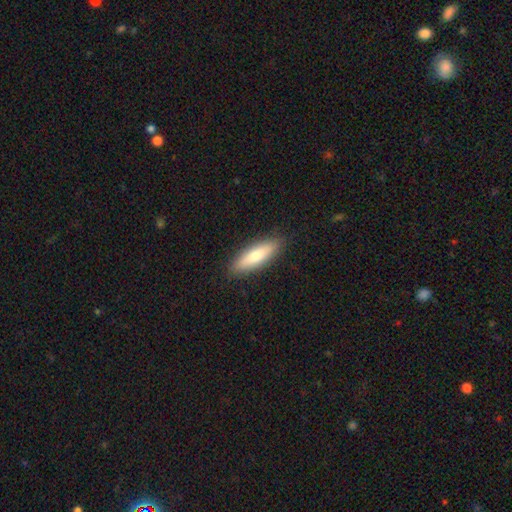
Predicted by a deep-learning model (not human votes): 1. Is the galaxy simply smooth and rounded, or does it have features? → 74% smooth, 21% featured or disk, 6% star or artifact.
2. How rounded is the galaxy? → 54% cigar-shaped, 45% in between, 2% round.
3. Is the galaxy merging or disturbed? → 87% none, 9% minor disturbance, 2% major disturbance, 1% merger.